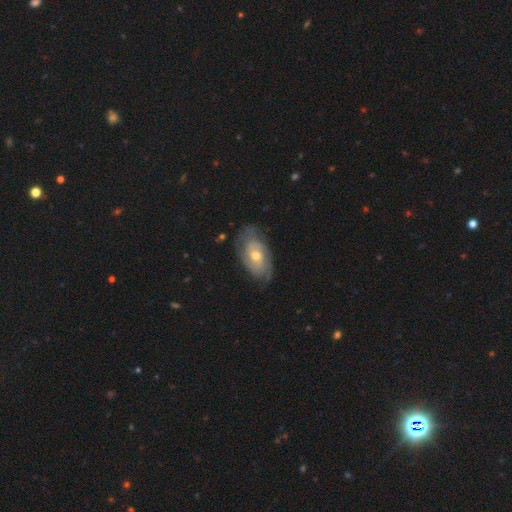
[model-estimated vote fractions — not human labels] Morphology: type=featured or disk (68%); edge-on=no (93%); bar=no (69%); spiral arms=yes (82%); winding=tight (53%); arm count=2 (40%); bulge=moderate (65%); merging=none (66%).